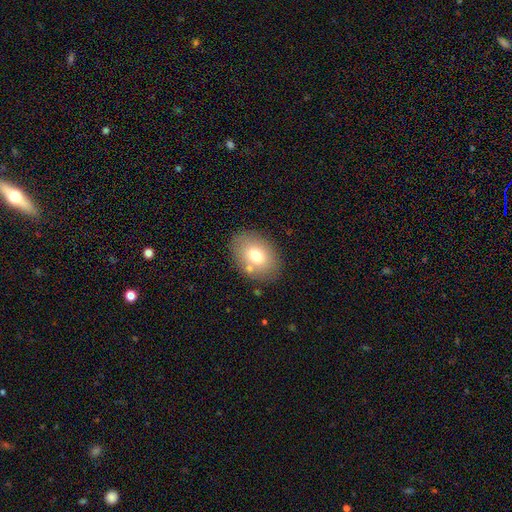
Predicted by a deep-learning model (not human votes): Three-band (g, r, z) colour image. It shows a smooth galaxy with no disk features (72%) that is in between round and cigar-shaped (78%). Merging: none (79%).